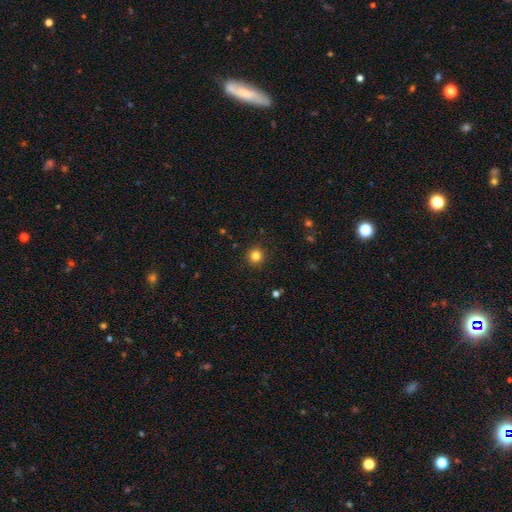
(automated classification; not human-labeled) This is clearly a smooth galaxy (83%). How rounded: clearly round (94%). Merging: clearly none (92%).